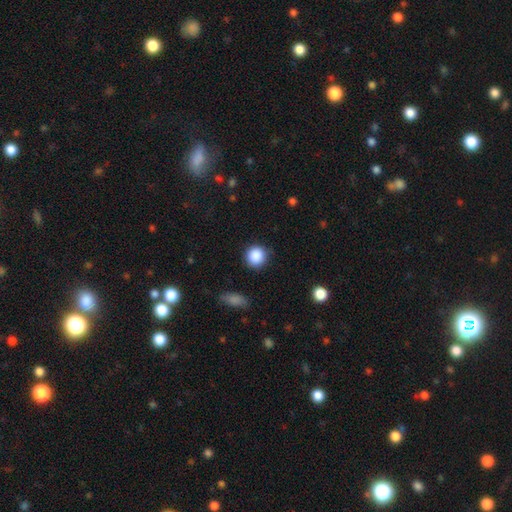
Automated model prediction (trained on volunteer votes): Q: Smooth or featured?
A: smooth (88%); runner-up: star or artifact (9%)
Q: How rounded?
A: round (92%); runner-up: in between (7%)
Q: Merging?
A: none (87%); runner-up: minor disturbance (8%)